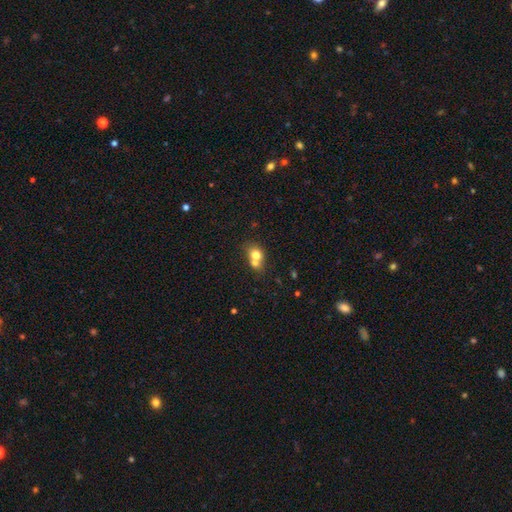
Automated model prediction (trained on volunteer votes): Smooth or featured?
  - smooth: 72% *
  - featured or disk: 17%
  - star or artifact: 11%
How rounded?
  - round: 63% *
  - in between: 36%
  - cigar-shaped: 1%
Merging?
  - merger: 59% *
  - none: 30%
  - minor disturbance: 7%
  - major disturbance: 3%